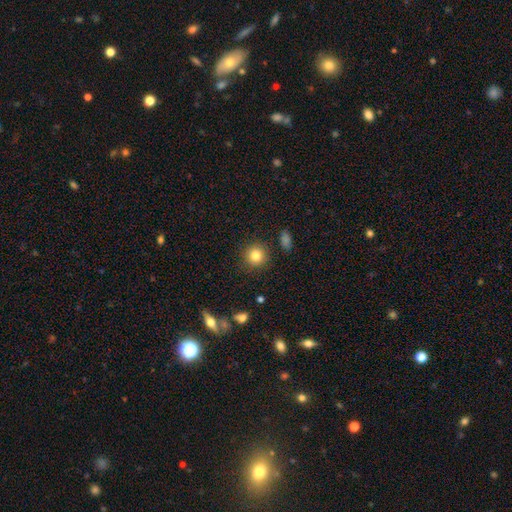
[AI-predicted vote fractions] A smooth galaxy with no disk features (83%) that is round (92%). Merging: none (89%).